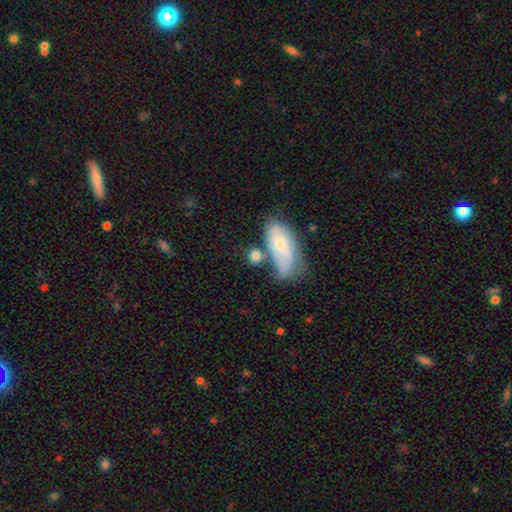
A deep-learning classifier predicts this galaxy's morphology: A smooth galaxy with no disk features (72%) that is round (55%). Merging: none (48%).